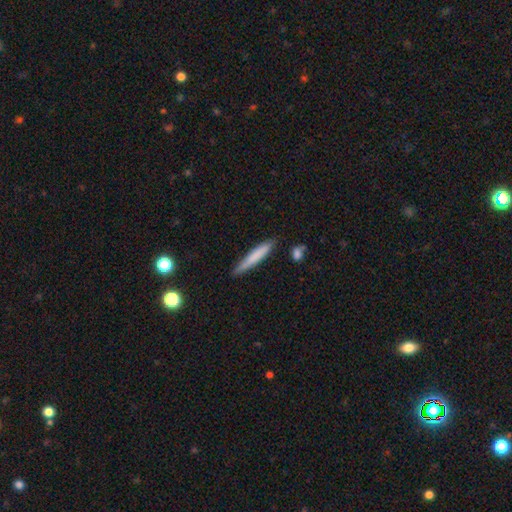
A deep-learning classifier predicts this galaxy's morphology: smooth 73%, featured or disk 21%, star or artifact 6%. Down the decision tree: how rounded — cigar-shaped (94%); merging — none (81%).